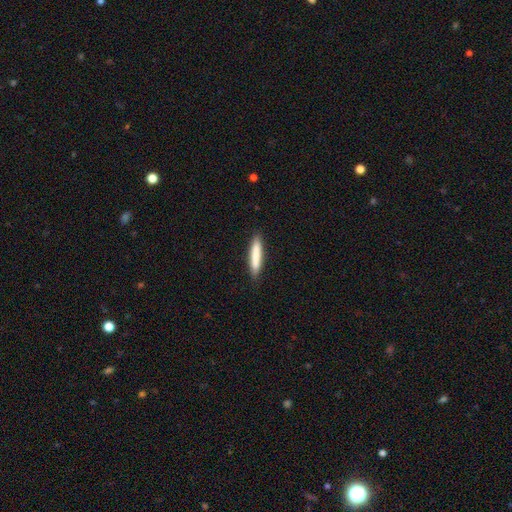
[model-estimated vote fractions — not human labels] Smooth or featured?
  - smooth: 81% *
  - featured or disk: 13%
  - star or artifact: 6%
How rounded?
  - cigar-shaped: 90% *
  - in between: 9%
  - round: 1%
Merging?
  - none: 89% *
  - minor disturbance: 8%
  - major disturbance: 2%
  - merger: 1%